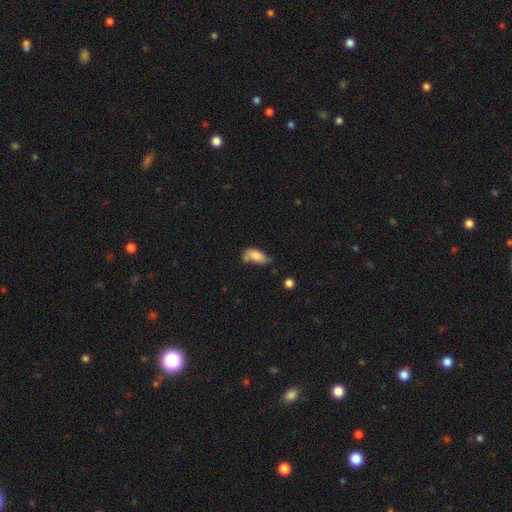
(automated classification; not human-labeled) Smooth or featured?
  - smooth: 76% *
  - featured or disk: 16%
  - star or artifact: 8%
How rounded?
  - in between: 88% *
  - cigar-shaped: 8%
  - round: 4%
Merging?
  - none: 40% *
  - minor disturbance: 31%
  - merger: 17%
  - major disturbance: 12%